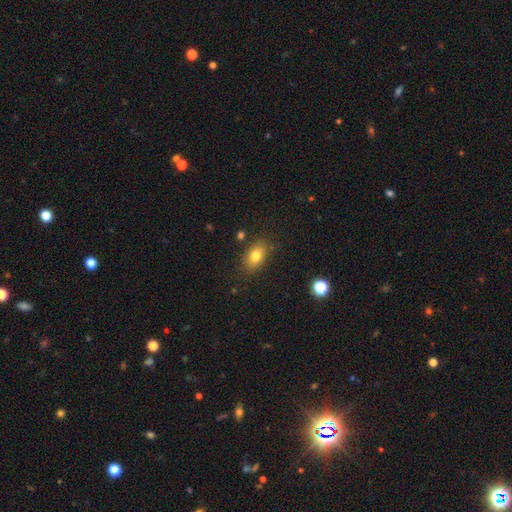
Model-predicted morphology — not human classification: Smooth or featured? Predicted: smooth (p=0.79). How rounded? Predicted: in between (p=0.82). Merging? Predicted: none (p=0.83).